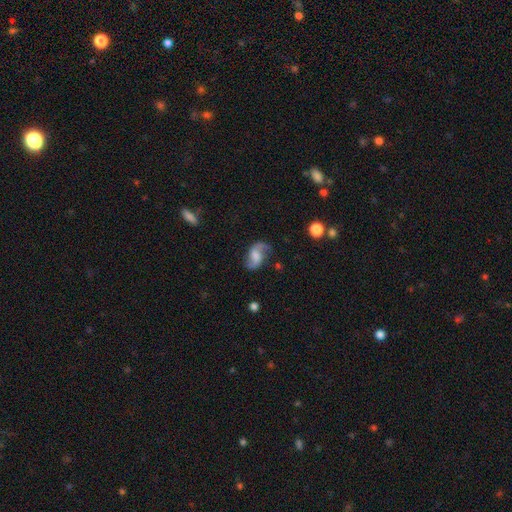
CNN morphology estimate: Overall: featured or disk (73%). Edge-on disk: no (97%). Bar: weak (47%; no 38%). Spiral arms: yes (94%). Spiral arm count: 2 (91%). Spiral winding: loose (68%). Bulge size: moderate (32%; none 27%). Merging: none (71%).